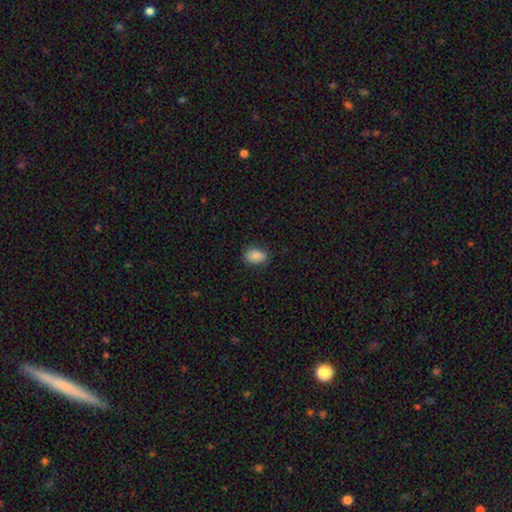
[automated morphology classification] Overall: smooth (86%). How rounded: in between (82%). Merging: none (84%).